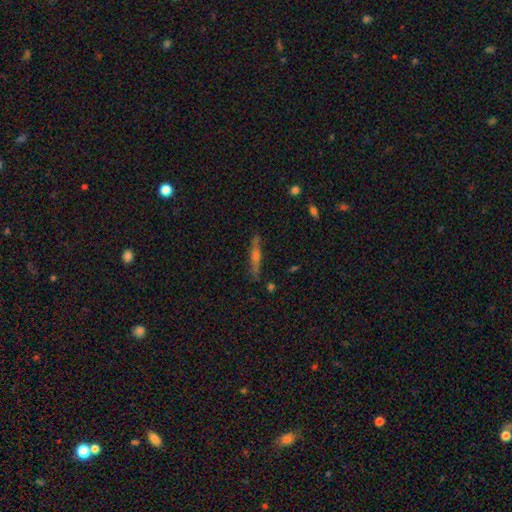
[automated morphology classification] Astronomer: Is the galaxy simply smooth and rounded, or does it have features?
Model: featured or disk — 65%.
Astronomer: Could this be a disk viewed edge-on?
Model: yes — 95%.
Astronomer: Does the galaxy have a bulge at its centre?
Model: rounded — 83%.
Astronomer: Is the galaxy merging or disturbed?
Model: none — 85%.